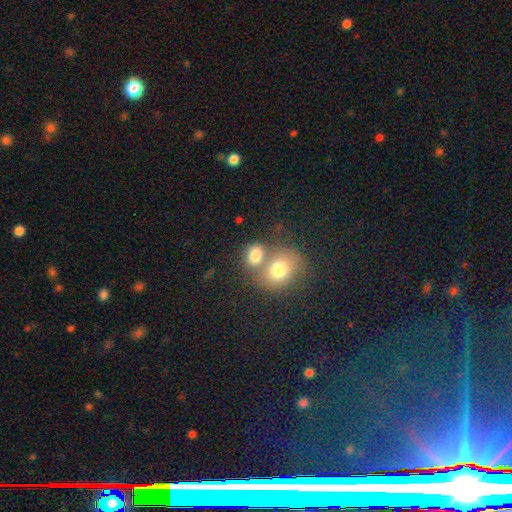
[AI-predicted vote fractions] Overall: smooth (77%). How rounded: in between (54%; round 45%). Merging: merger (49%; none 38%).